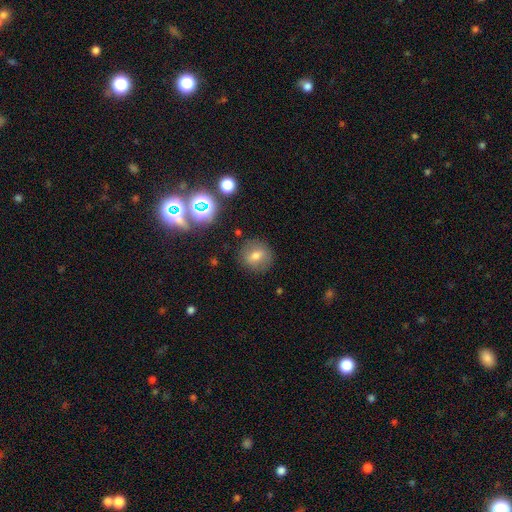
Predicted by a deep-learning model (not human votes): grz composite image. It shows a smooth galaxy with no disk features (67%) that is round (83%). Merging: none (85%).